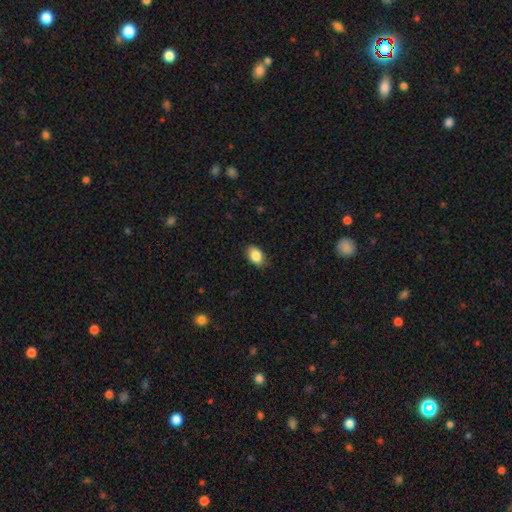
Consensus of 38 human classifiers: Morphology: type=smooth (89%); roundness=in between (88%); merging=none (70%).